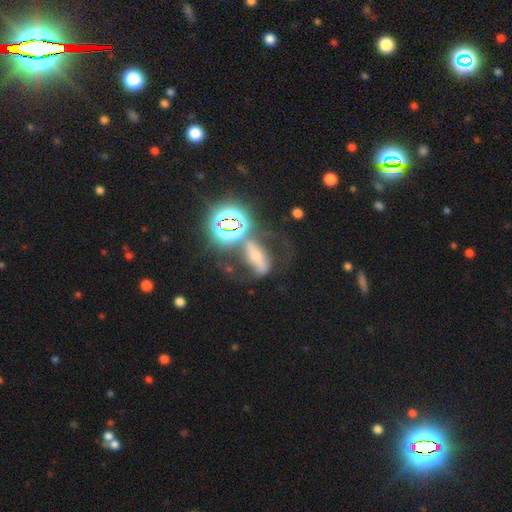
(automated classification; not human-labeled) A featured or disk galaxy (51%). Merging: none (47%).